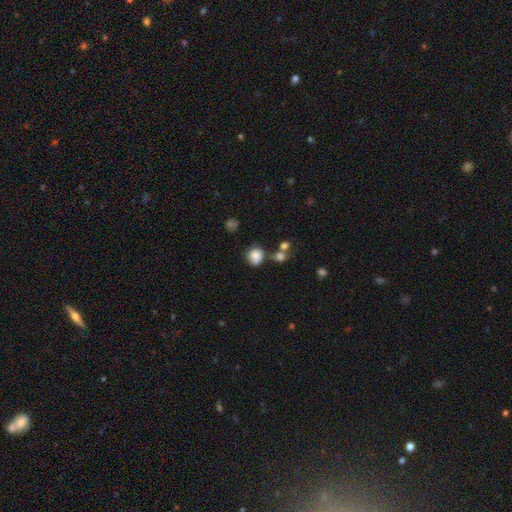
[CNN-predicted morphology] A smooth galaxy with no disk features (80%) that is round (73%).

Vote fractions:
- Smooth or featured? smooth: 80% / star or artifact: 10% / featured or disk: 10%
- How rounded? round: 73% / in between: 26% / cigar-shaped: 1%
- Merging? none: 49% / minor disturbance: 23% / merger: 17% / major disturbance: 11%